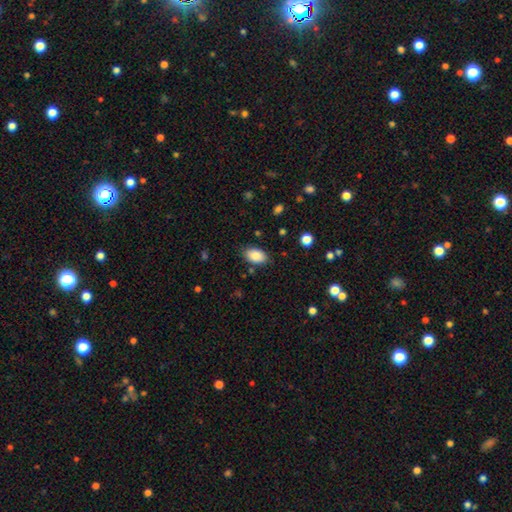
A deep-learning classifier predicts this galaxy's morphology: This is clearly a smooth galaxy (87%). How rounded: clearly in between (92%). Merging: clearly none (83%).